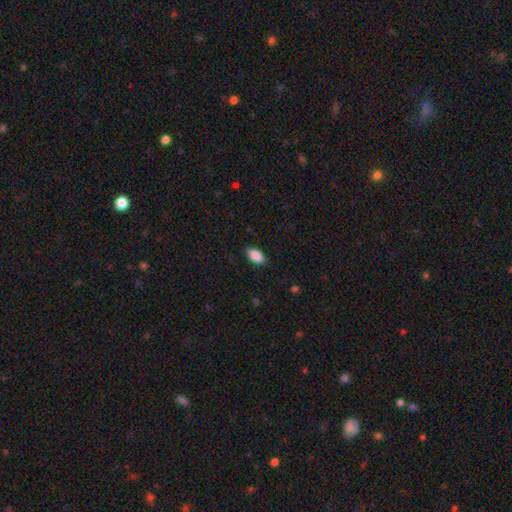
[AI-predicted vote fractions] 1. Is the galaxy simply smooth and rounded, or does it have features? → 86% smooth, 7% featured or disk, 7% star or artifact.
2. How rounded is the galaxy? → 92% in between, 5% cigar-shaped, 4% round.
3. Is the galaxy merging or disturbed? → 85% none, 12% minor disturbance, 2% major disturbance, 1% merger.